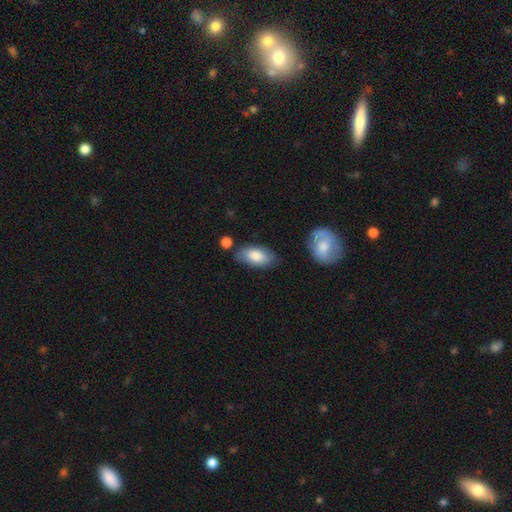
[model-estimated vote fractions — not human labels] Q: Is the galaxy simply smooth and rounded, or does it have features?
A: smooth — 82%.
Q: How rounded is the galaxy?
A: in between — 92%.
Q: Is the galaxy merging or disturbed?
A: none — 73%.